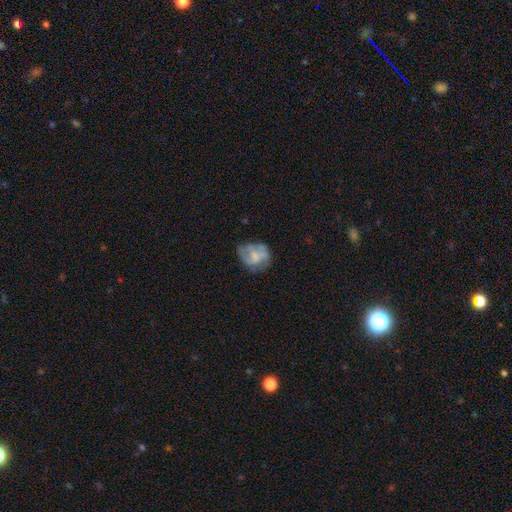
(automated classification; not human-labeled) This appears to be a featured or disk galaxy (49%). Merging: none (51%).